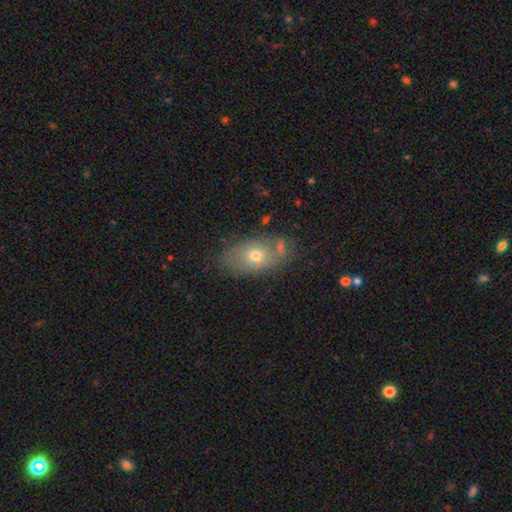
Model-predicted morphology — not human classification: This appears to be a smooth galaxy with no disk features (61%) that is in between round and cigar-shaped (86%). Merging: none (62%).